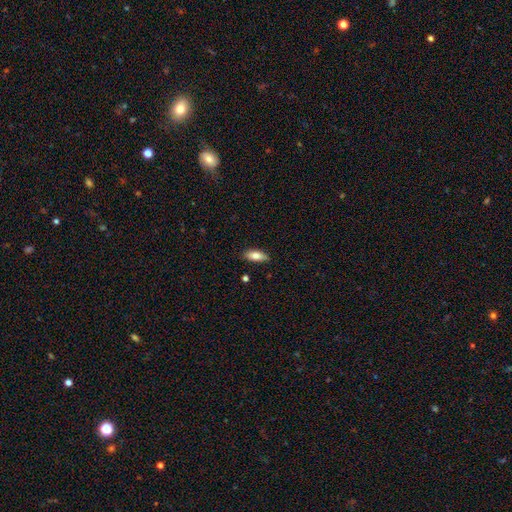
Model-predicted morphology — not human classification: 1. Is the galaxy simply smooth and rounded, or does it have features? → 78% smooth, 16% featured or disk, 7% star or artifact.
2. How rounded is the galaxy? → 77% in between, 21% cigar-shaped, 2% round.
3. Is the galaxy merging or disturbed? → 82% none, 14% minor disturbance, 2% major disturbance, 2% merger.